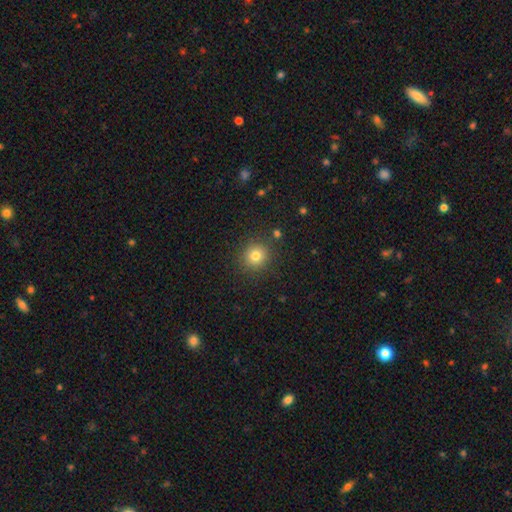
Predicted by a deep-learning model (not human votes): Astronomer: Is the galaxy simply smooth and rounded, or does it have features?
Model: smooth — 79%.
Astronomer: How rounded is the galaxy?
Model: round — 91%.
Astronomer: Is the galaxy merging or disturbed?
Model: none — 88%.